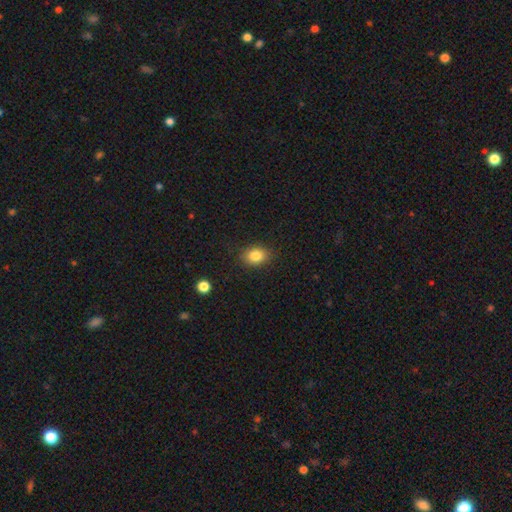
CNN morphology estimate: type=smooth (84%); roundness=in between (64%); merging=none (84%).